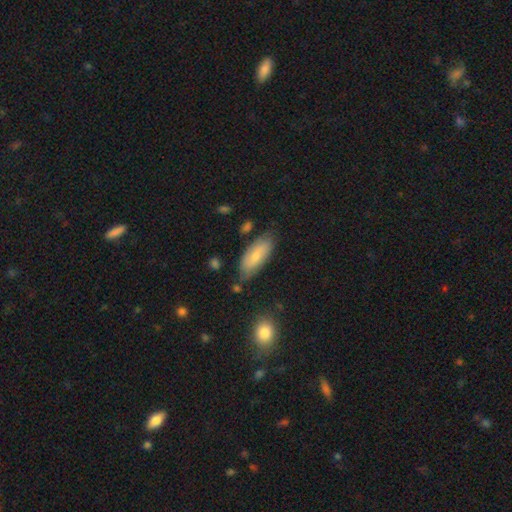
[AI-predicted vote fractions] Smooth or featured? smooth (67%)
How rounded? in between (81%)
Merging? none (74%)